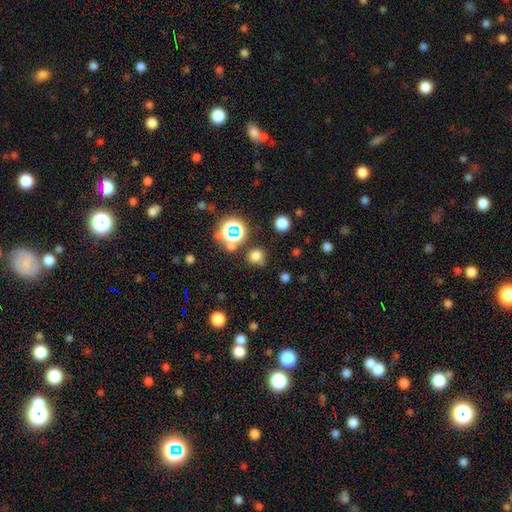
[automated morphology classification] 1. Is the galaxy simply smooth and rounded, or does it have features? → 67% smooth, 27% star or artifact, 6% featured or disk.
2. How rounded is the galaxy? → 89% round, 10% in between, 1% cigar-shaped.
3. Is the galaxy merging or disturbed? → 75% none, 11% minor disturbance, 9% merger, 5% major disturbance.